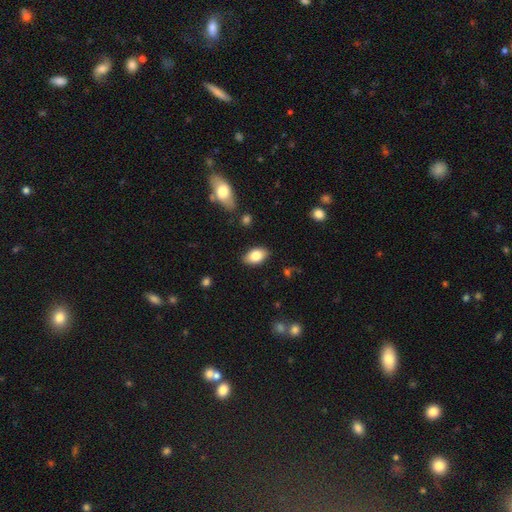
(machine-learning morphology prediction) smooth 82%, featured or disk 11%, star or artifact 7%. Down the decision tree: how rounded — in between (92%); merging — none (85%).